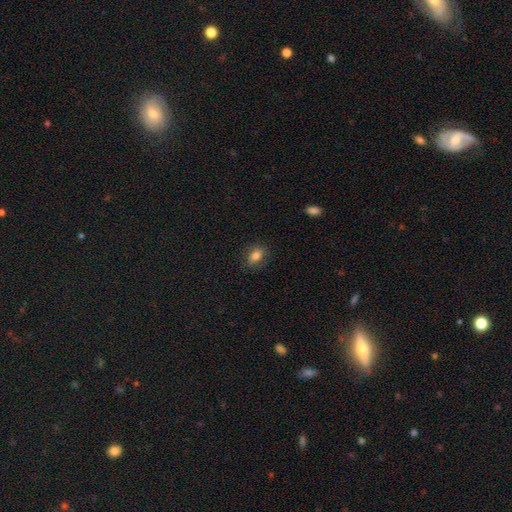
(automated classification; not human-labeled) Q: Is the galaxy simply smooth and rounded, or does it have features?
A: smooth — 79%.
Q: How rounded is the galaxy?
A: in between — 77%.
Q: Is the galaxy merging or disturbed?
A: none — 80%.